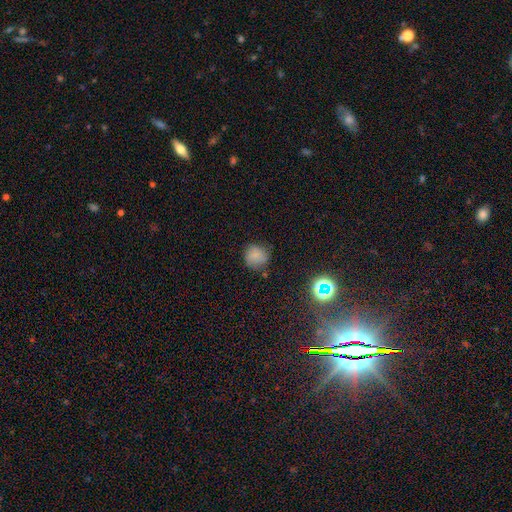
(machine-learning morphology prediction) A smooth galaxy with no disk features (74%) that is round (88%). Merging: none (73%).